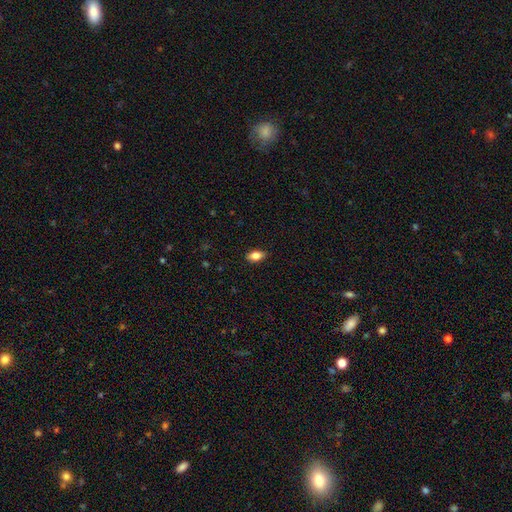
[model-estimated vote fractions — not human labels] A smooth galaxy with no disk features (78%) that is in between round and cigar-shaped (87%).

Vote fractions:
- Smooth or featured? smooth: 78% / featured or disk: 14% / star or artifact: 8%
- How rounded? in between: 87% / round: 7% / cigar-shaped: 6%
- Merging? none: 87% / minor disturbance: 10% / major disturbance: 2% / merger: 1%